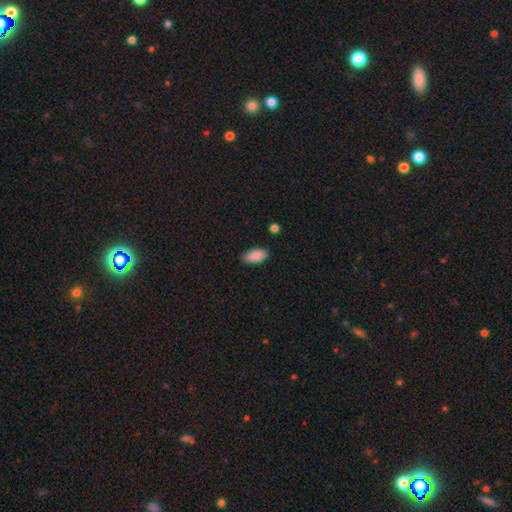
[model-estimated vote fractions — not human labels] Smooth or featured: smooth — 88% (star or artifact — 7%)
How rounded: in between — 93% (cigar-shaped — 4%)
Merging: none — 87% (minor disturbance — 9%)